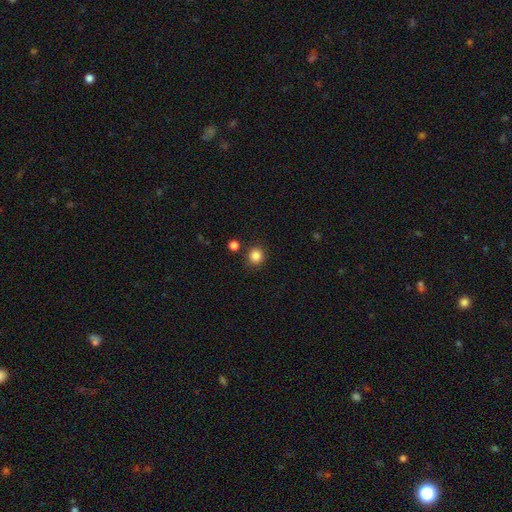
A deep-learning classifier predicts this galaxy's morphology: A smooth galaxy with no disk features (85%) that is round (91%).

Vote fractions:
- Smooth or featured? smooth: 85% / star or artifact: 11% / featured or disk: 4%
- How rounded? round: 91% / in between: 8% / cigar-shaped: 1%
- Merging? none: 86% / minor disturbance: 7% / merger: 5% / major disturbance: 2%